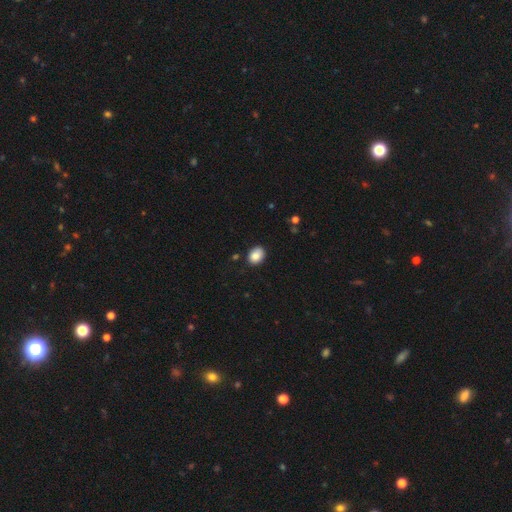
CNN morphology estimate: This appears to be a smooth galaxy with no disk features (87%) that is in between round and cigar-shaped (59%). Merging: none (84%).